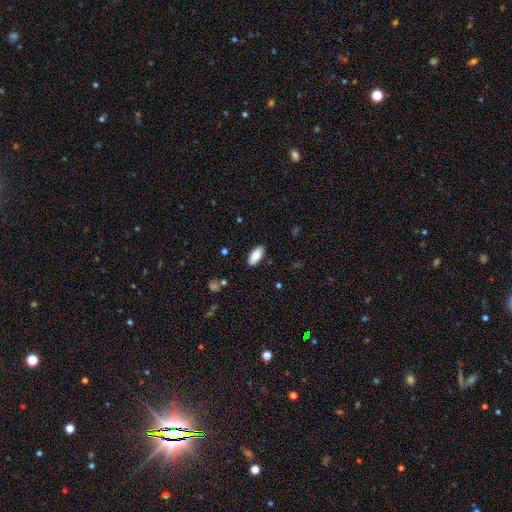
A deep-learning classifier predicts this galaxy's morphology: Smooth or featured? Predicted: smooth (p=0.89). How rounded? Predicted: in between (p=0.90). Merging? Predicted: none (p=0.88).